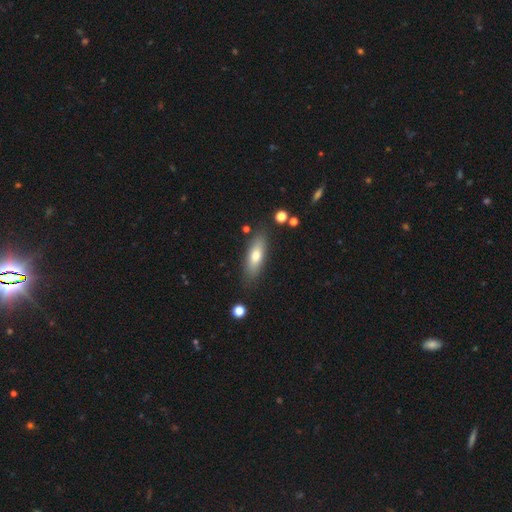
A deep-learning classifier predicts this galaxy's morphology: type=smooth (69%); roundness=in between (55%); merging=none (83%).